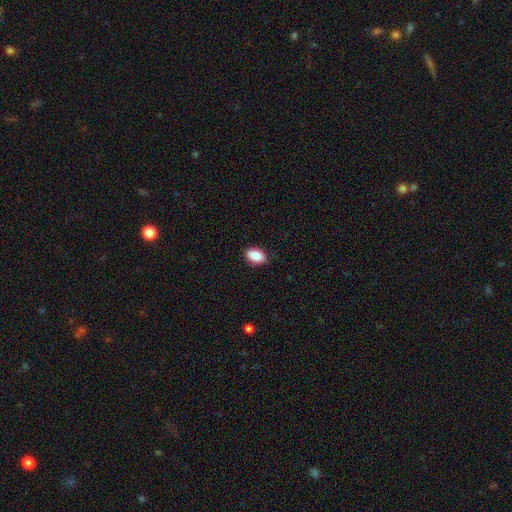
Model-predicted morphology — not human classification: Q: Smooth or featured?
A: smooth (89%); runner-up: star or artifact (7%)
Q: How rounded?
A: in between (90%); runner-up: round (9%)
Q: Merging?
A: none (85%); runner-up: minor disturbance (12%)